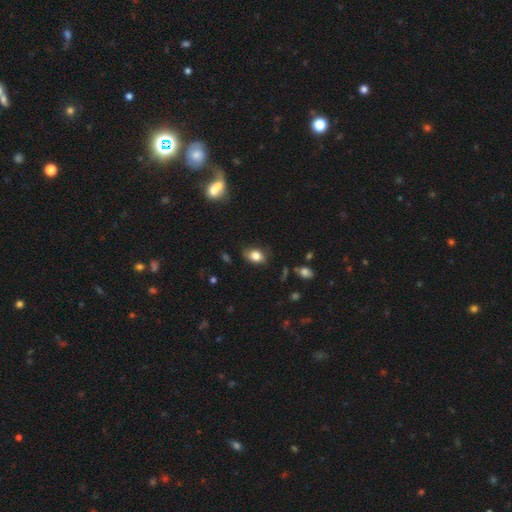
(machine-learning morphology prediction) This appears to be a smooth galaxy with no disk features (82%) that is in between round and cigar-shaped (79%). Merging: none (74%).